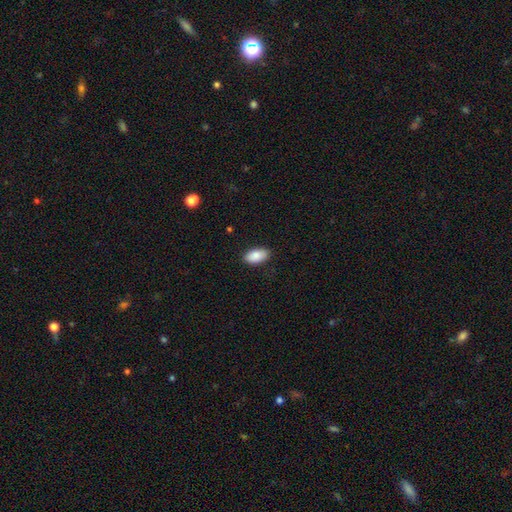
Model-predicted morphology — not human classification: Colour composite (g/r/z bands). It shows a smooth galaxy with no disk features (86%) that is in between round and cigar-shaped (94%). Merging: none (86%).